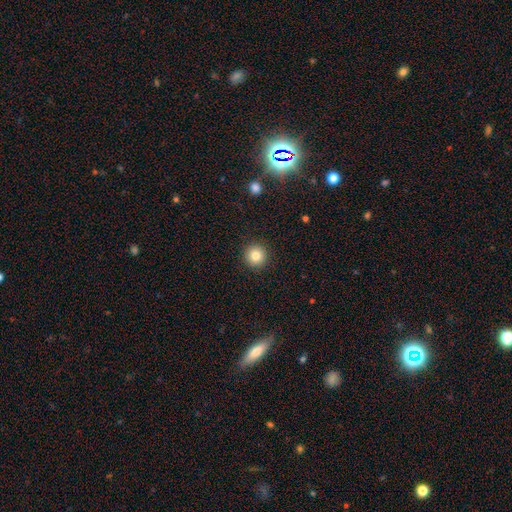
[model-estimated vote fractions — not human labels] smooth 83%, star or artifact 10%, featured or disk 7%. Down the decision tree: how rounded — round (95%); merging — none (92%).